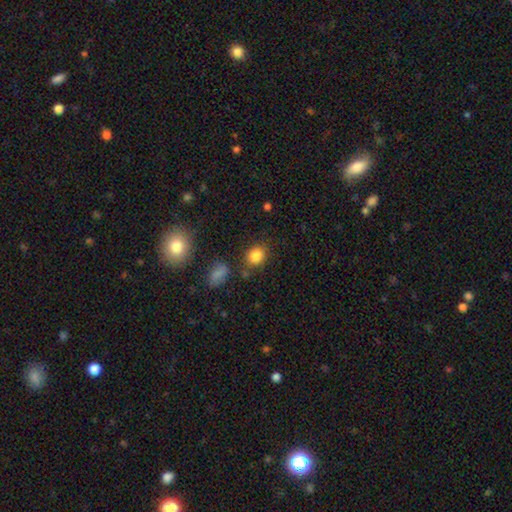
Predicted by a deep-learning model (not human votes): Smooth or featured: smooth — 84% (star or artifact — 11%)
How rounded: round — 54% (in between — 45%)
Merging: none — 77% (minor disturbance — 13%)